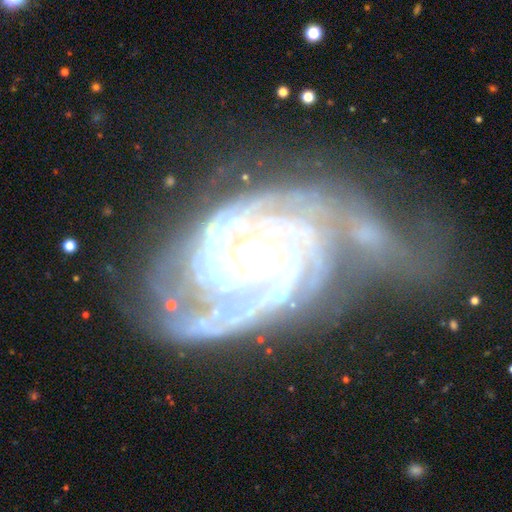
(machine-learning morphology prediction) smooth-or-featured: featured or disk: 91% | star or artifact: 6% | smooth: 4%
  disk-edge-on: no: 97% | yes: 3%
    bar: no: 62% | weak: 22% | strong: 16%
    has-spiral-arms: yes: 97% | no: 3%
      spiral-winding: tight: 73% | medium: 23% | loose: 4%
      spiral-arm-count: 2: 31% | 3: 23% | can't tell: 19% | 4: 11% | more than 4: 8% | 1: 7%
    bulge-size: moderate: 61% | large: 23% | small: 11% | dominant: 2% | none: 2%
  merging: none: 40% | minor disturbance: 24% | major disturbance: 20% | merger: 16%